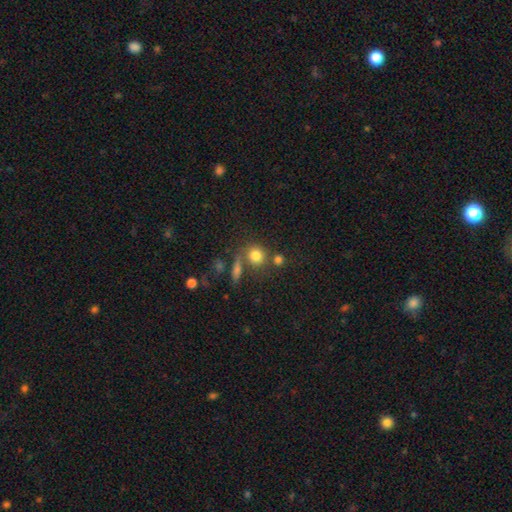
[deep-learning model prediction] The model was most divided on "merging": none: 61%, merger: 21%, minor disturbance: 11%, major disturbance: 6%. More confident: how rounded — round (84%); smooth or featured — smooth (78%).